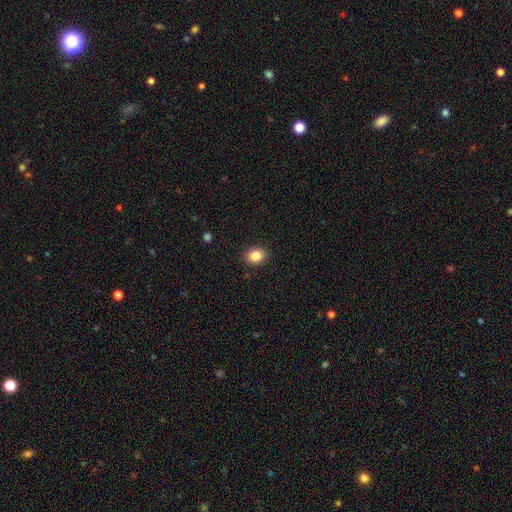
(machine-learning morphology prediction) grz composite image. It shows a smooth galaxy with no disk features (84%) that is round (53%). Merging: none (90%).